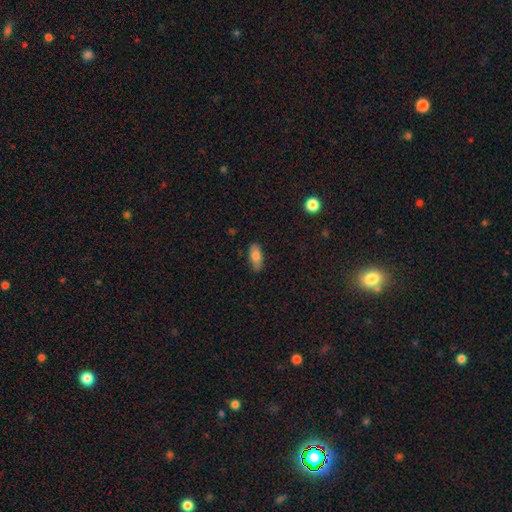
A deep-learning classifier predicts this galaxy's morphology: Smooth or featured? Predicted: smooth (p=0.80). How rounded? Predicted: in between (p=0.85). Merging? Predicted: none (p=0.81).